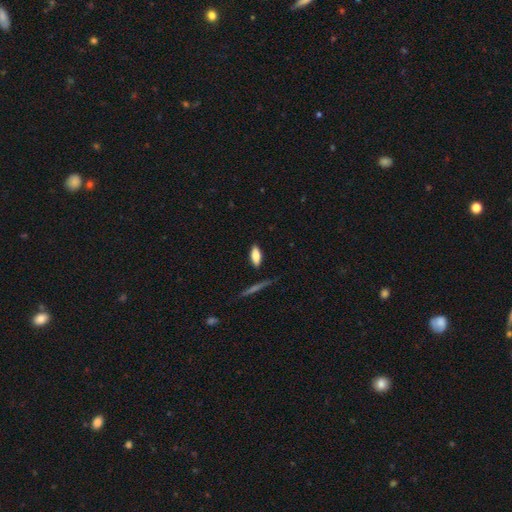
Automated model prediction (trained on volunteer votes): Smooth or featured? smooth (80%)
How rounded? in between (76%)
Merging? none (84%)